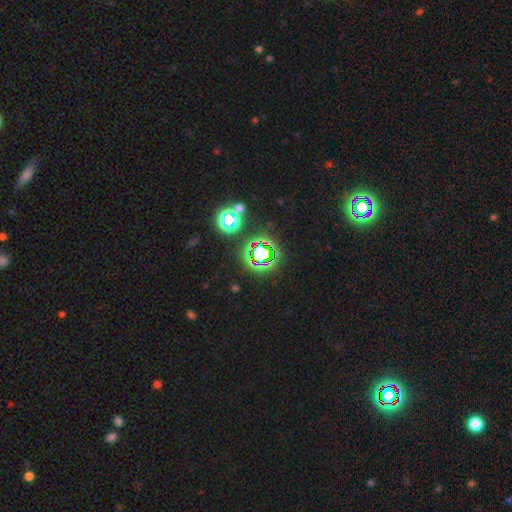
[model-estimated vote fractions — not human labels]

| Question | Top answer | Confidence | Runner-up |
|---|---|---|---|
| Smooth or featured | star or artifact | 71% | smooth (18%) |